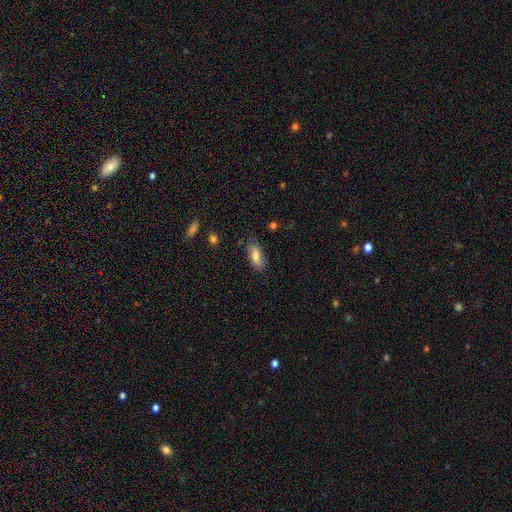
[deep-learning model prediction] Overall: smooth (69%). How rounded: in between (79%). Merging: none (72%).